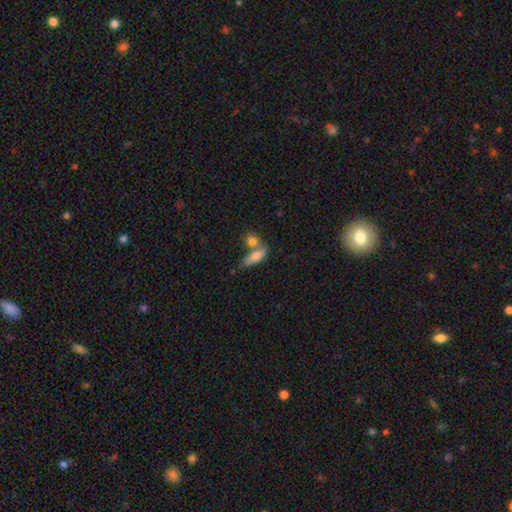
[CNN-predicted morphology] A smooth galaxy with no disk features (77%) that is in between round and cigar-shaped (66%).

Vote fractions:
- Smooth or featured? smooth: 77% / featured or disk: 15% / star or artifact: 8%
- How rounded? in between: 66% / cigar-shaped: 27% / round: 7%
- Merging? merger: 44% / none: 35% / minor disturbance: 14% / major disturbance: 7%